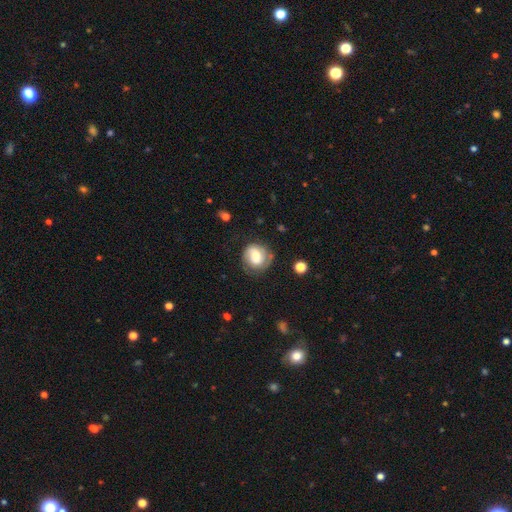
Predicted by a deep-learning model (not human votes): smooth-or-featured: smooth: 50% | featured or disk: 41% | star or artifact: 8%
  how-rounded: round: 75% | in between: 24% | cigar-shaped: 1%
  merging: none: 65% | minor disturbance: 22% | major disturbance: 11% | merger: 2%